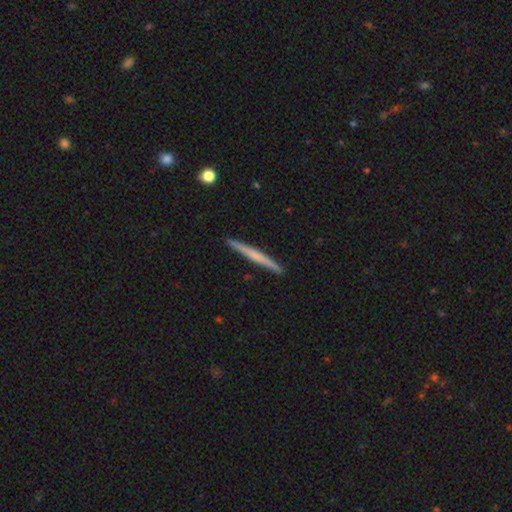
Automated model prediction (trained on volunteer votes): Smooth or featured?
  - featured or disk: 51% *
  - smooth: 43%
  - star or artifact: 5%
Edge-on disk?
  - yes: 98% *
  - no: 2%
Edge-on bulge?
  - none: 63% *
  - rounded: 28%
  - boxy: 9%
Merging?
  - none: 92% *
  - minor disturbance: 6%
  - major disturbance: 1%
  - merger: 1%